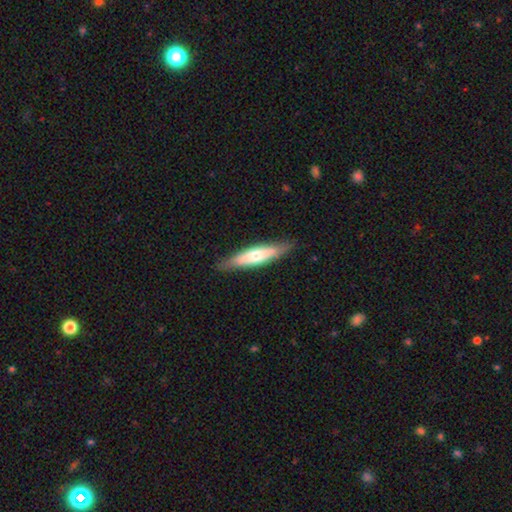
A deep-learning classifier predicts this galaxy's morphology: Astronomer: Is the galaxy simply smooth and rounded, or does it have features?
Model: smooth — 55% (runner-up: featured or disk, 40%).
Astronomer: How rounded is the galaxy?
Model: cigar-shaped — 74%.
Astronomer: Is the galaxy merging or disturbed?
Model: none — 84%.